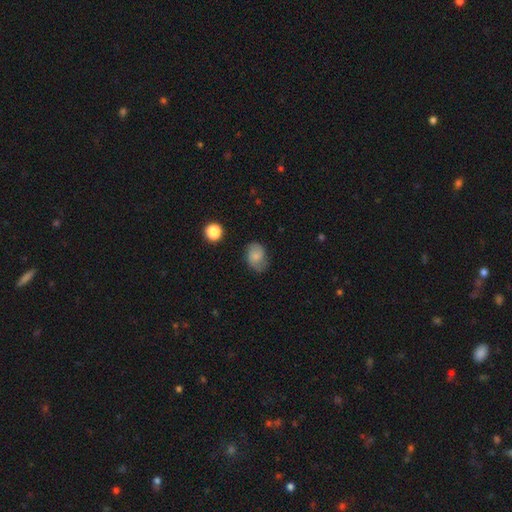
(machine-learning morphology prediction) type=smooth (63%); roundness=in between (69%); merging=none (68%).